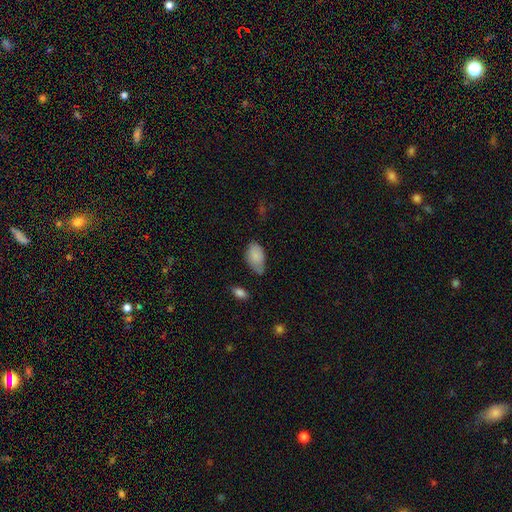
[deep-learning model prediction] Smooth or featured?
  - smooth: 83% *
  - featured or disk: 10%
  - star or artifact: 7%
How rounded?
  - in between: 94% *
  - round: 5%
  - cigar-shaped: 2%
Merging?
  - none: 48% *
  - minor disturbance: 40%
  - major disturbance: 9%
  - merger: 3%